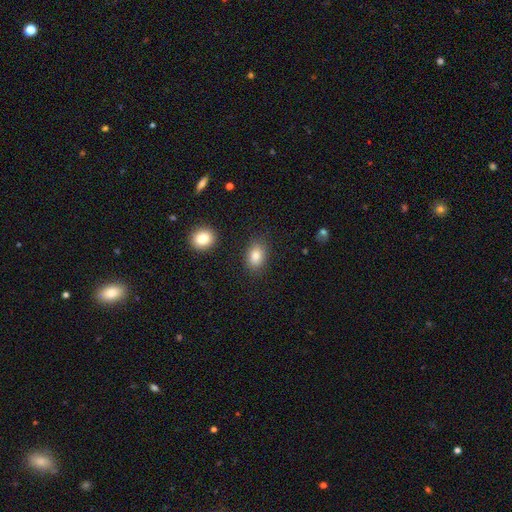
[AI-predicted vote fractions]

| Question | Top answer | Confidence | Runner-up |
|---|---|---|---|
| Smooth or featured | smooth | 84% | star or artifact (9%) |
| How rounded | in between | 81% | round (18%) |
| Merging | none | 84% | minor disturbance (10%) |